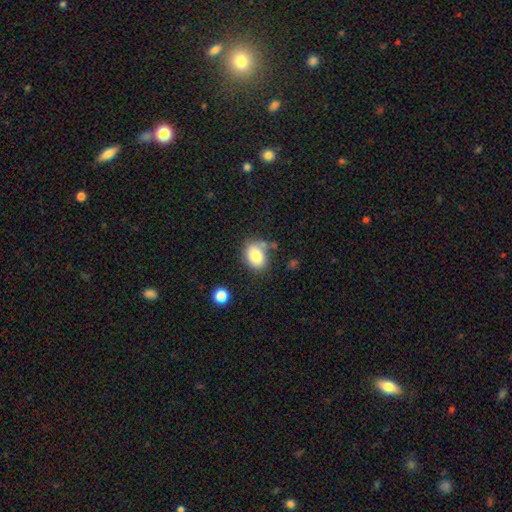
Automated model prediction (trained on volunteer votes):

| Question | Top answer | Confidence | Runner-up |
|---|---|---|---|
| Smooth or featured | smooth | 80% | featured or disk (11%) |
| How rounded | in between | 68% | round (31%) |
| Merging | none | 63% | minor disturbance (20%) |